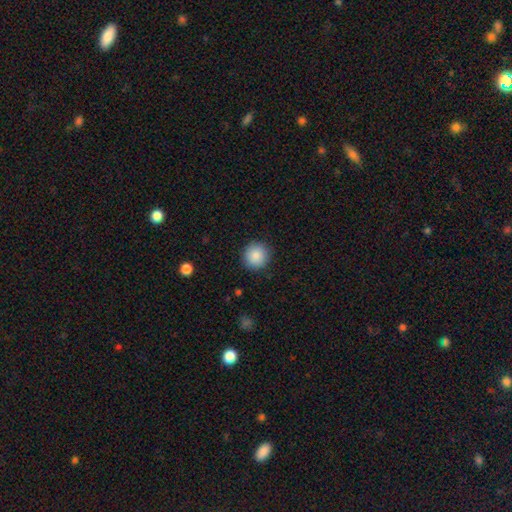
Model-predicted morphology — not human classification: Smooth or featured: smooth — 87% (star or artifact — 8%)
How rounded: round — 94% (in between — 5%)
Merging: none — 90% (minor disturbance — 7%)